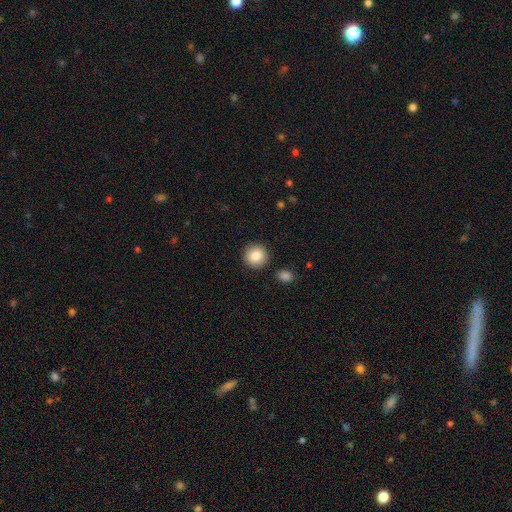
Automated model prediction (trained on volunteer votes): Smooth or featured? Predicted: smooth (p=0.86). How rounded? Predicted: round (p=0.93). Merging? Predicted: none (p=0.90).